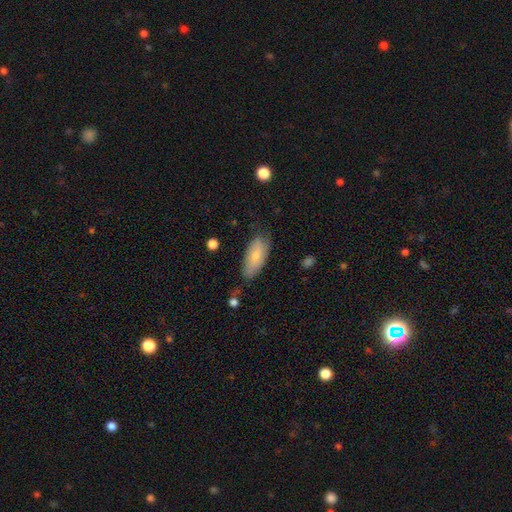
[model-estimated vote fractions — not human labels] Smooth or featured? smooth (70%)
How rounded? in between (85%)
Merging? none (65%)